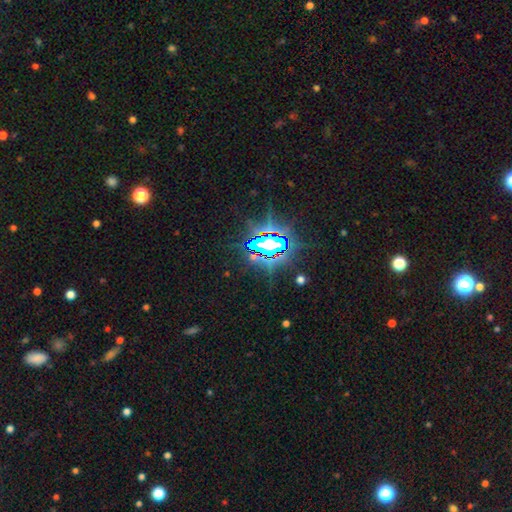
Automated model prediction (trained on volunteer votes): Smooth or featured: star or artifact — 80% (featured or disk — 11%)